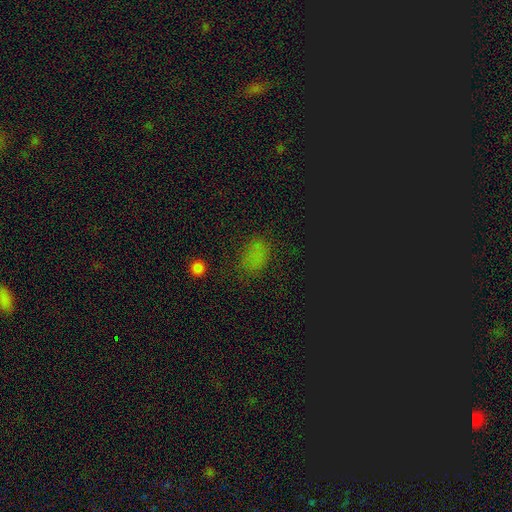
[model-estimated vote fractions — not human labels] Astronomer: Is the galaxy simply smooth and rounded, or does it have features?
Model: smooth — 60%.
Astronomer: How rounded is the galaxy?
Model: in between — 80%.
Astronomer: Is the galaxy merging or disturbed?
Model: none — 65%.